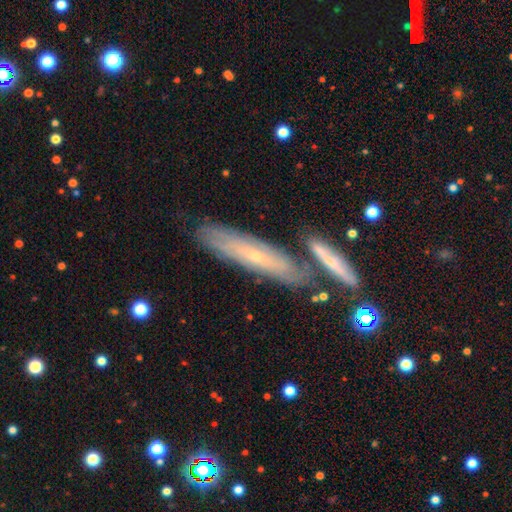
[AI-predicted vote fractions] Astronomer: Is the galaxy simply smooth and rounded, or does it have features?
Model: featured or disk — 57% (runner-up: smooth, 34%).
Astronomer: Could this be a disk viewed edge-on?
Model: yes — 53% (runner-up: no, 47%).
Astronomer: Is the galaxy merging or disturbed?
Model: none — 67%.